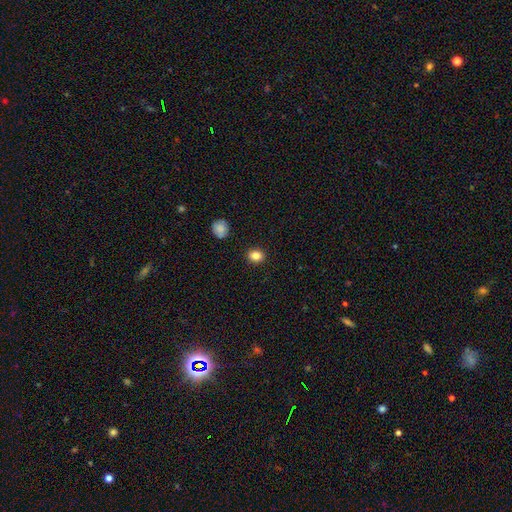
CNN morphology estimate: Q: Smooth or featured?
A: smooth (84%); runner-up: star or artifact (11%)
Q: How rounded?
A: round (60%); runner-up: in between (39%)
Q: Merging?
A: none (90%); runner-up: minor disturbance (7%)